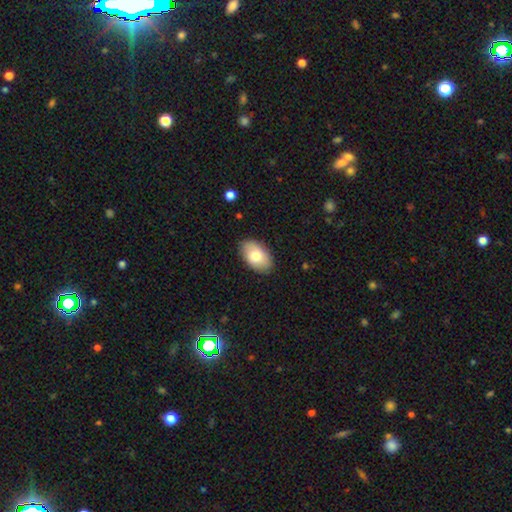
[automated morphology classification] smooth 77%, featured or disk 17%, star or artifact 6%. Down the decision tree: how rounded — in between (94%); merging — none (86%).